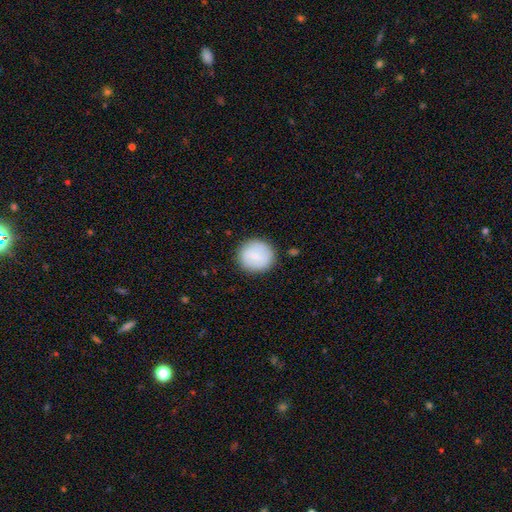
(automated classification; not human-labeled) Q: Smooth or featured?
A: smooth (72%); runner-up: featured or disk (21%)
Q: How rounded?
A: round (91%); runner-up: in between (8%)
Q: Merging?
A: none (87%); runner-up: minor disturbance (9%)